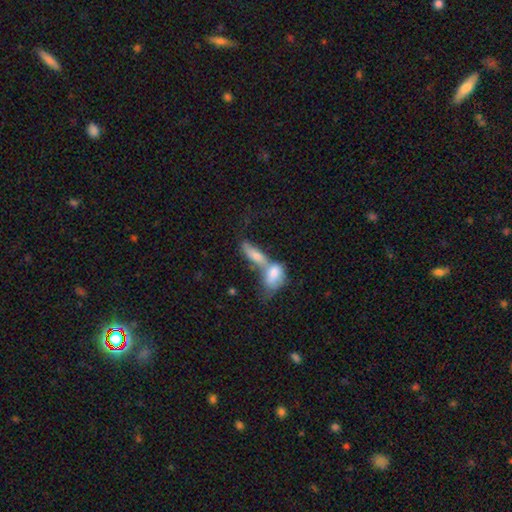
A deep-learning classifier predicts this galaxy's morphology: Smooth or featured: smooth — 69% (featured or disk — 24%)
How rounded: in between — 67% (cigar-shaped — 28%)
Merging: merger — 70% (none — 17%)